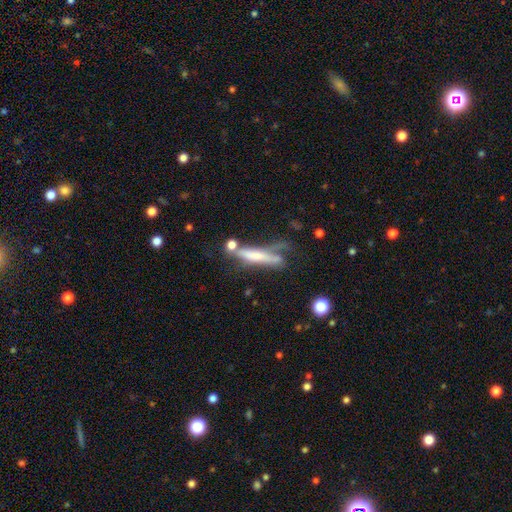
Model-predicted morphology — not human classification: A smooth galaxy with no disk features (48%). Merging: none (33%).